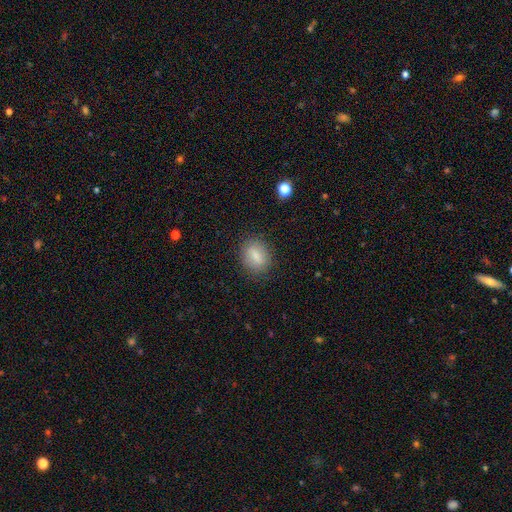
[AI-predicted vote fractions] smooth 79%, featured or disk 13%, star or artifact 8%. Down the decision tree: how rounded — in between (64%); merging — none (84%).